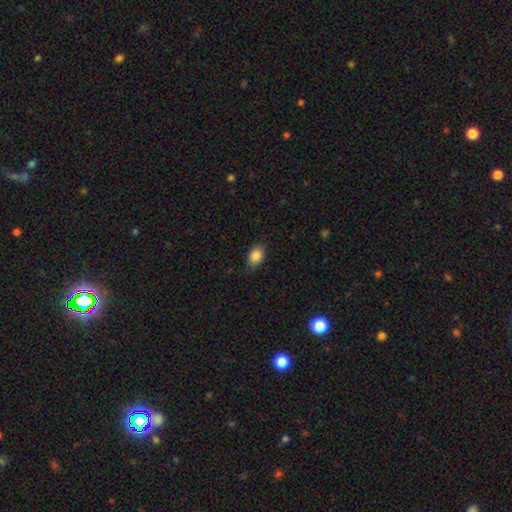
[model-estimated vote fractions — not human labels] Morphology: type=smooth (87%); roundness=in between (79%); merging=none (79%).